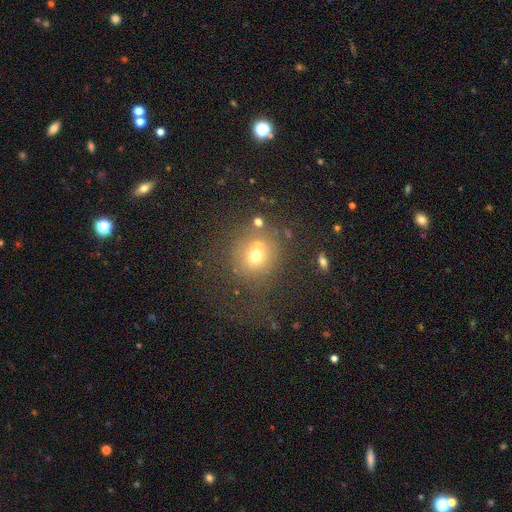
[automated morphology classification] type=smooth (64%); roundness=round (87%); merging=none (59%).